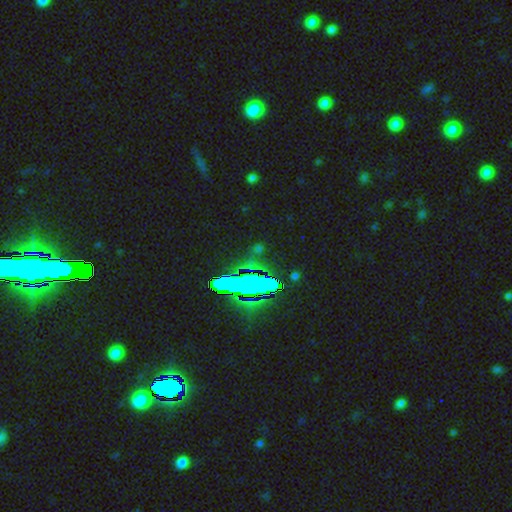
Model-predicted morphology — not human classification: smooth-or-featured: star or artifact: 63% | smooth: 23% | featured or disk: 14%